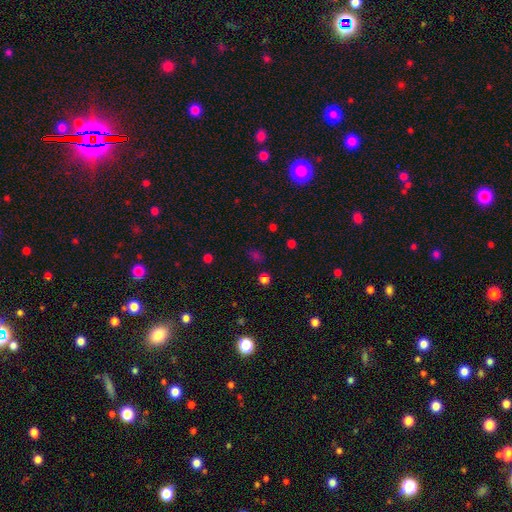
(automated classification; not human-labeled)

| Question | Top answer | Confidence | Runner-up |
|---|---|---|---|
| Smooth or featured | smooth | 60% | star or artifact (34%) |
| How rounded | in between | 61% | round (37%) |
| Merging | none | 77% | minor disturbance (14%) |